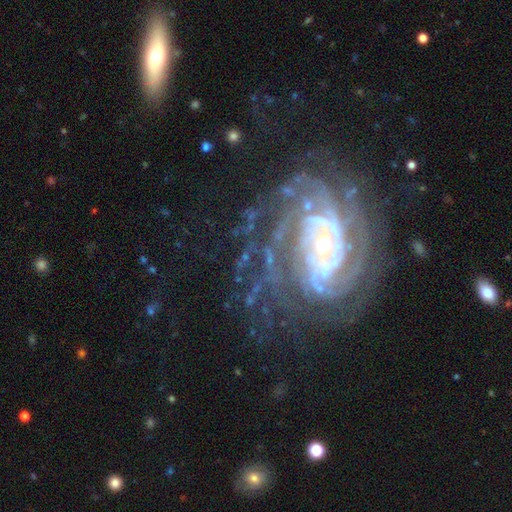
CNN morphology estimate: type=featured or disk (89%); edge-on=no (96%); bar=no (53%); spiral arms=yes (97%); winding=tight (77%); arm count=can't tell (24%); bulge=small (65%); merging=none (67%).